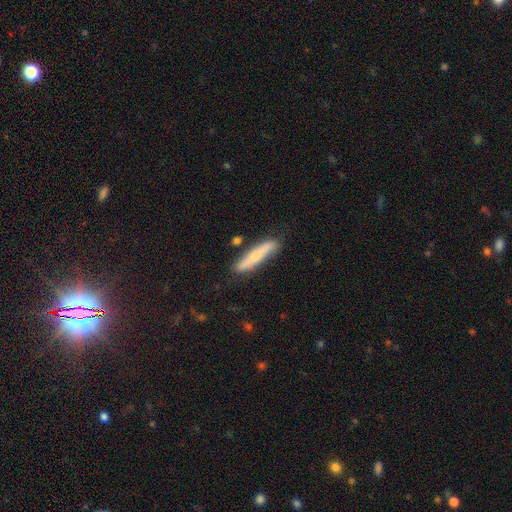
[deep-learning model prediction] The model was most divided on "smooth or featured": smooth: 50%, featured or disk: 45%, star or artifact: 6%. More confident: merging — none (80%).